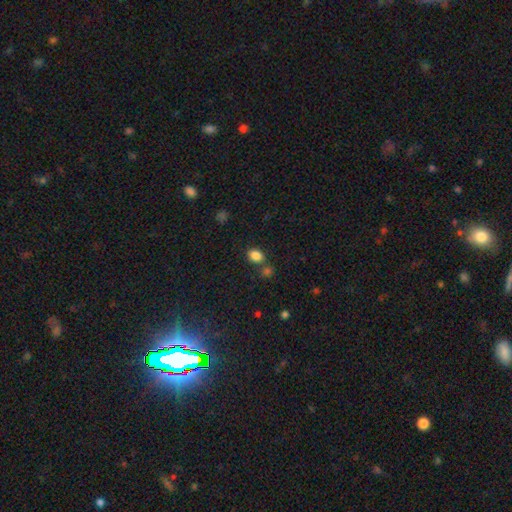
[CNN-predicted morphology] A smooth galaxy with no disk features (84%) that is in between round and cigar-shaped (65%). Merging: none (69%).